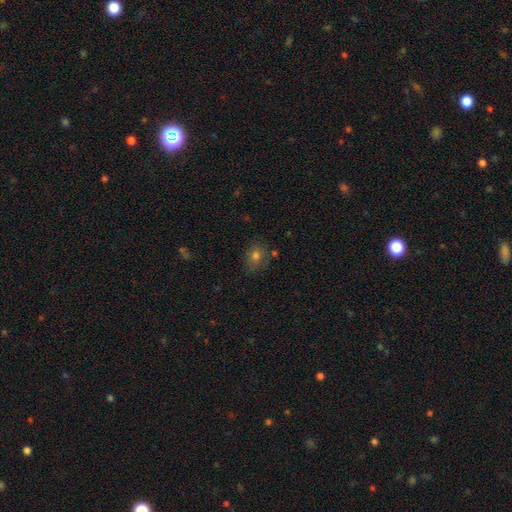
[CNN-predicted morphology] Smooth or featured: smooth — 71% (star or artifact — 18%)
How rounded: round — 54% (in between — 45%)
Merging: none — 77% (minor disturbance — 15%)